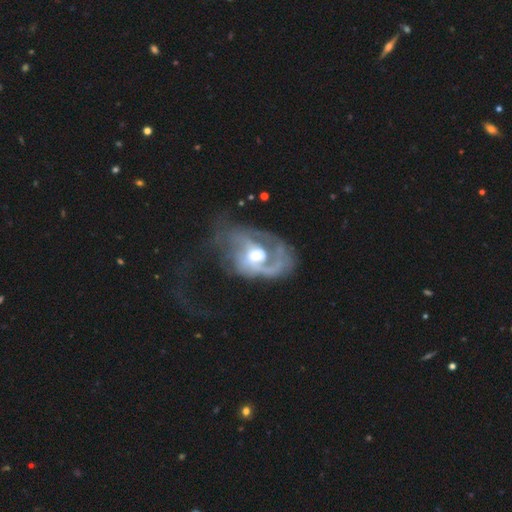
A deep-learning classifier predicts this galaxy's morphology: A featured or disk galaxy (82%) with no bar (61%), 1 (43%) medium (42%) spiral arms (86%) and a moderate central bulge (67%).

Vote fractions:
- Smooth or featured? featured or disk: 82% / smooth: 12% / star or artifact: 6%
- Edge-on disk? no: 97% / yes: 3%
- Bar? no: 61% / weak: 31% / strong: 8%
- Spiral arms? yes: 86% / no: 14%
- Spiral winding? medium: 42% / loose: 32% / tight: 26%
- Spiral arm count? 1: 43% / 2: 32% / can't tell: 15% / 3: 6% / 4: 2% / more than 4: 2%
- Bulge size? moderate: 67% / small: 18% / large: 13% / none: 2% / dominant: 1%
- Merging? major disturbance: 44% / none: 33% / minor disturbance: 19% / merger: 4%